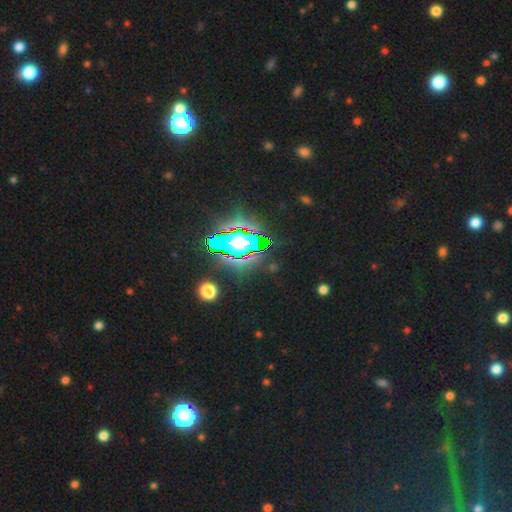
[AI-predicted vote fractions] smooth-or-featured: star or artifact: 83% | smooth: 10% | featured or disk: 8%